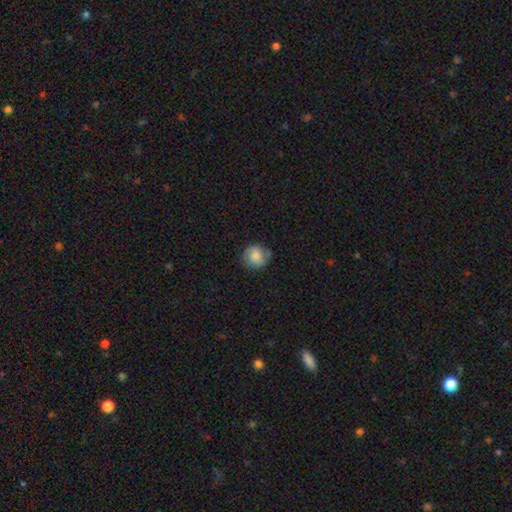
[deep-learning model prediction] Smooth or featured? Predicted: smooth (p=0.76). How rounded? Predicted: round (p=0.88). Merging? Predicted: none (p=0.74).